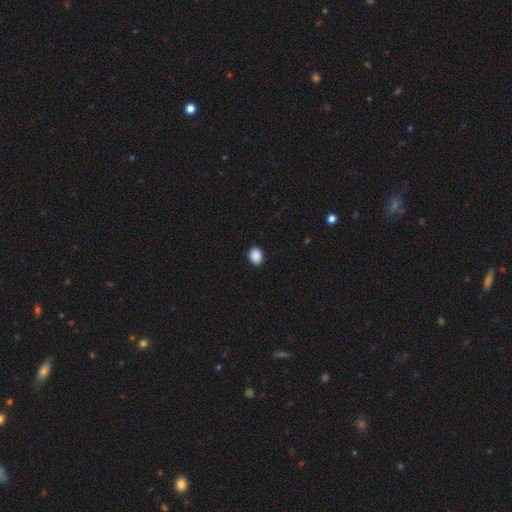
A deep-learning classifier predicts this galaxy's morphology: smooth_or_featured: smooth (p=0.89) [alt: star or artifact p=0.08]
how_rounded: round (p=0.50) [alt: in between p=0.49]
merging: none (p=0.91) [alt: minor disturbance p=0.07]